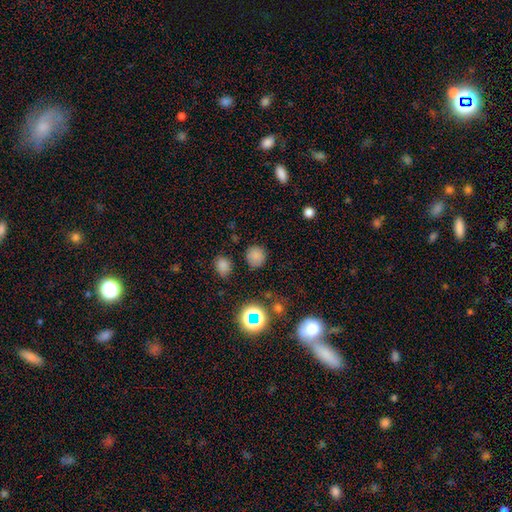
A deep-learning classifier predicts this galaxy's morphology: smooth-or-featured: smooth: 76% | star or artifact: 18% | featured or disk: 6%
  how-rounded: round: 88% | in between: 11% | cigar-shaped: 1%
  merging: none: 82% | minor disturbance: 11% | major disturbance: 4% | merger: 3%